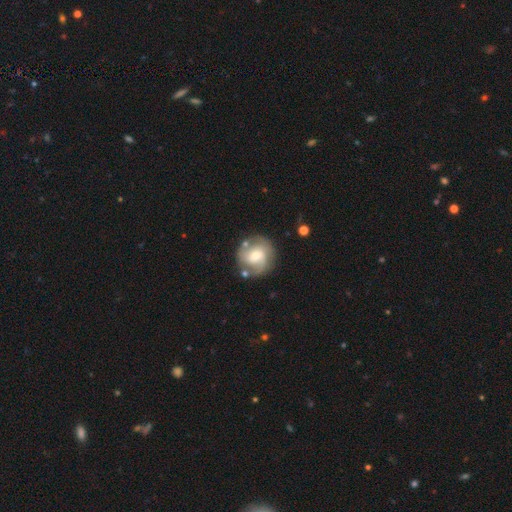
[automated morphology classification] Overall: featured or disk (70%). Edge-on disk: no (98%). Bar: no (51%; weak 41%). Spiral arms: yes (89%). Spiral arm count: 2 (61%). Spiral winding: medium (45%; tight 35%). Bulge size: moderate (53%; small 38%). Merging: none (69%).